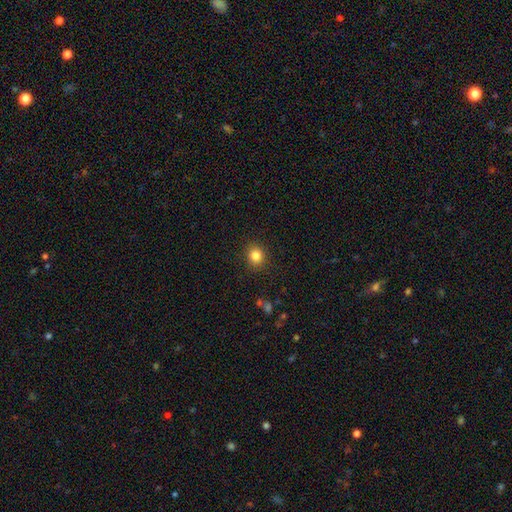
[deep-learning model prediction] Smooth or featured?
  - smooth: 84% *
  - star or artifact: 11%
  - featured or disk: 5%
How rounded?
  - round: 80% *
  - in between: 19%
  - cigar-shaped: 1%
Merging?
  - none: 89% *
  - minor disturbance: 7%
  - major disturbance: 2%
  - merger: 1%